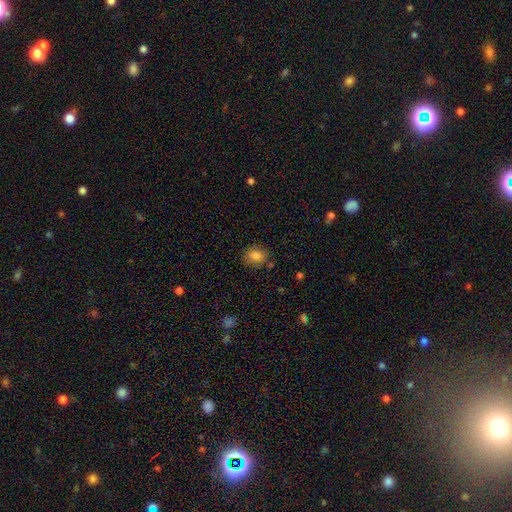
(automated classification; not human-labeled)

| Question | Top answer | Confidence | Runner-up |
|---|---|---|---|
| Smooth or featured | smooth | 82% | star or artifact (10%) |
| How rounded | round | 67% | in between (32%) |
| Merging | none | 80% | minor disturbance (14%) |